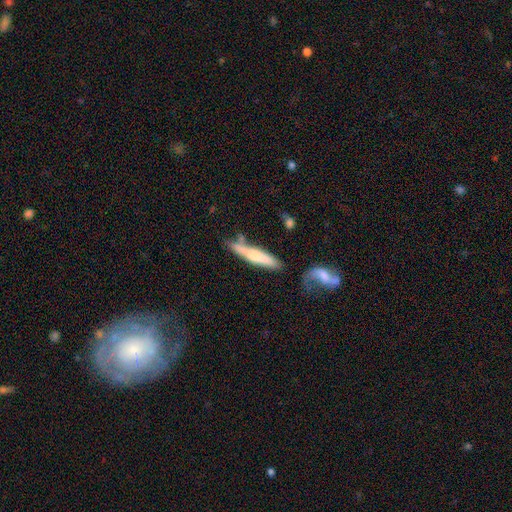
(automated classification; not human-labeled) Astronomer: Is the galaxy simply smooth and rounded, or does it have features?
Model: smooth — 54% (runner-up: featured or disk, 40%).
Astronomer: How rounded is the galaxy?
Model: cigar-shaped — 88%.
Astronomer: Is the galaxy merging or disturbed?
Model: none — 63%.